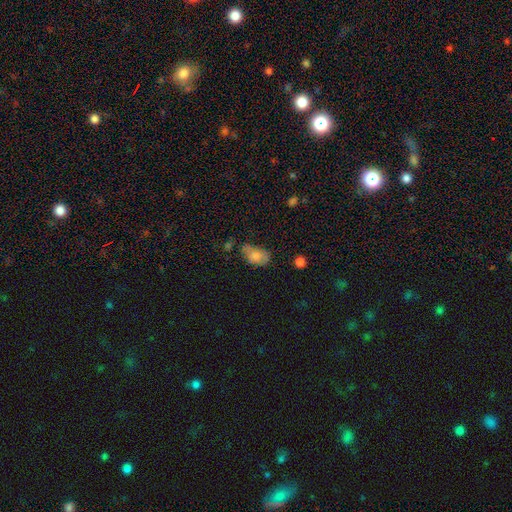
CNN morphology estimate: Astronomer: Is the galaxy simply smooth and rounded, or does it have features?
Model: smooth — 69%.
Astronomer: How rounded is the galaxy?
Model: in between — 86%.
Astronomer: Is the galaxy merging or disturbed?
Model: none — 43% (runner-up: minor disturbance, 35%).